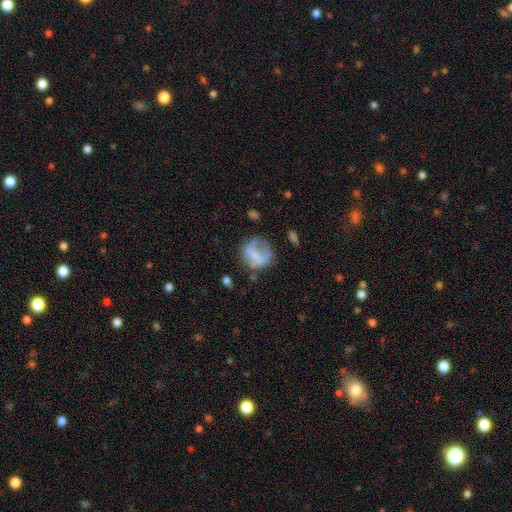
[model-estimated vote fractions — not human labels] Smooth or featured?
  - smooth: 60% *
  - featured or disk: 30%
  - star or artifact: 10%
How rounded?
  - round: 72% *
  - in between: 27%
  - cigar-shaped: 1%
Merging?
  - none: 41% *
  - major disturbance: 29%
  - minor disturbance: 26%
  - merger: 5%